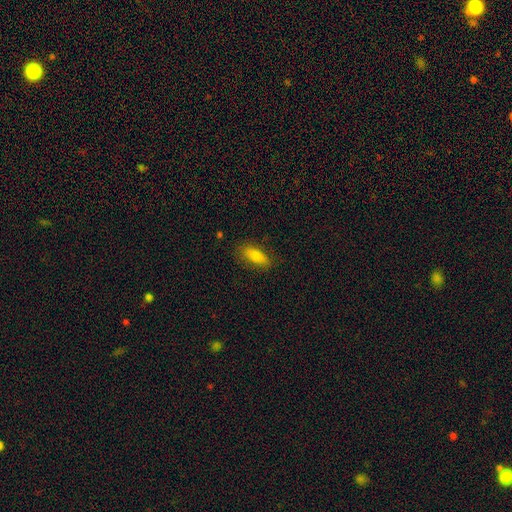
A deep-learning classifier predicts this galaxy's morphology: Smooth or featured? Predicted: smooth (p=0.77). How rounded? Predicted: in between (p=0.74). Merging? Predicted: none (p=0.81).